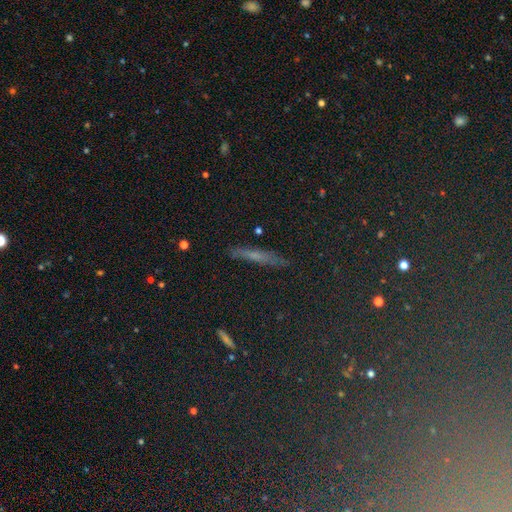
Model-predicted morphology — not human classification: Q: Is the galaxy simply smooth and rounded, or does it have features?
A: smooth — 43%.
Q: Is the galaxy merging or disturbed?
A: none — 84%.